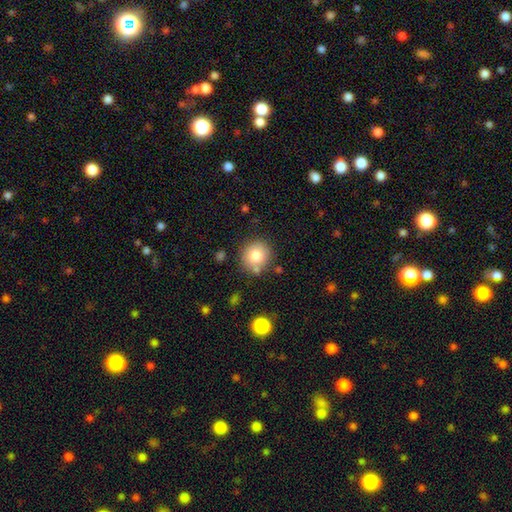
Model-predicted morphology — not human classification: smooth-or-featured: smooth: 80% | featured or disk: 11% | star or artifact: 10%
  how-rounded: round: 89% | in between: 10% | cigar-shaped: 1%
  merging: none: 78% | minor disturbance: 12% | merger: 8% | major disturbance: 3%